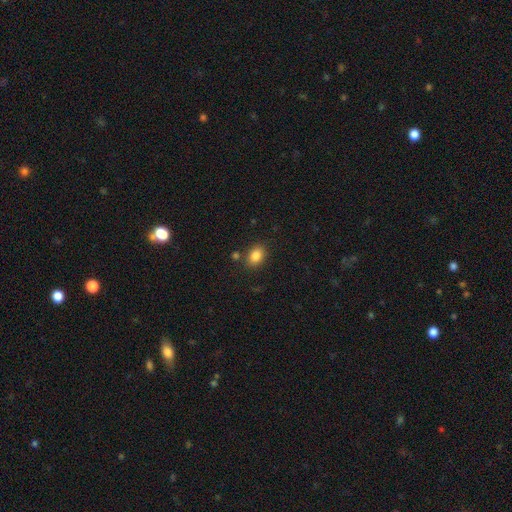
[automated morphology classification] Smooth or featured?
  - smooth: 84% *
  - star or artifact: 10%
  - featured or disk: 6%
How rounded?
  - in between: 71% *
  - round: 27%
  - cigar-shaped: 1%
Merging?
  - none: 82% *
  - minor disturbance: 10%
  - merger: 5%
  - major disturbance: 3%